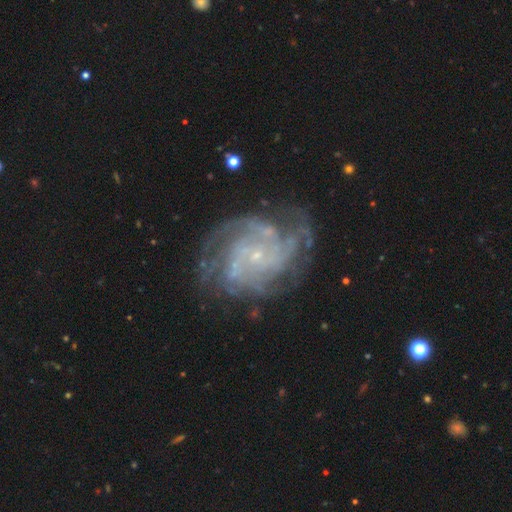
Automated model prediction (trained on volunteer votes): A featured or disk galaxy (86%) with no bar (72%), tight (56%) spiral arms (95%) and a small central bulge (86%).

Vote fractions:
- Smooth or featured? featured or disk: 86% / star or artifact: 8% / smooth: 6%
- Edge-on disk? no: 98% / yes: 2%
- Bar? no: 72% / weak: 22% / strong: 5%
- Spiral arms? yes: 95% / no: 5%
- Spiral winding? tight: 56% / medium: 36% / loose: 9%
- Spiral arm count? can't tell: 26% / 4: 25% / 3: 17% / more than 4: 12% / 2: 12% / 1: 7%
- Bulge size? small: 86% / moderate: 7% / none: 5% / large: 1% / dominant: 1%
- Merging? none: 68% / minor disturbance: 18% / major disturbance: 12% / merger: 3%